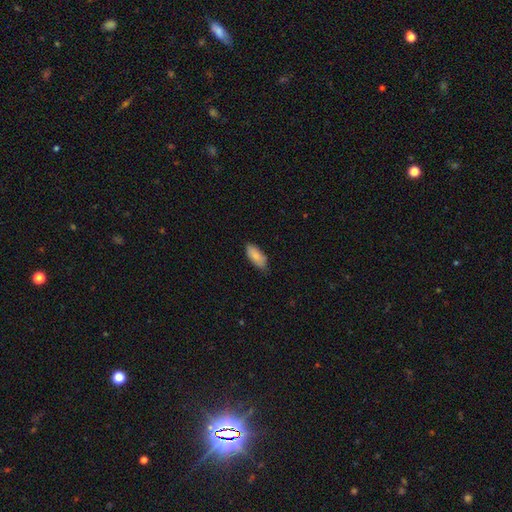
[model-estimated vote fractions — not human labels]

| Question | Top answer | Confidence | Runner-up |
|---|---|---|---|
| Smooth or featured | smooth | 85% | featured or disk (9%) |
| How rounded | in between | 86% | cigar-shaped (13%) |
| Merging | none | 80% | minor disturbance (17%) |